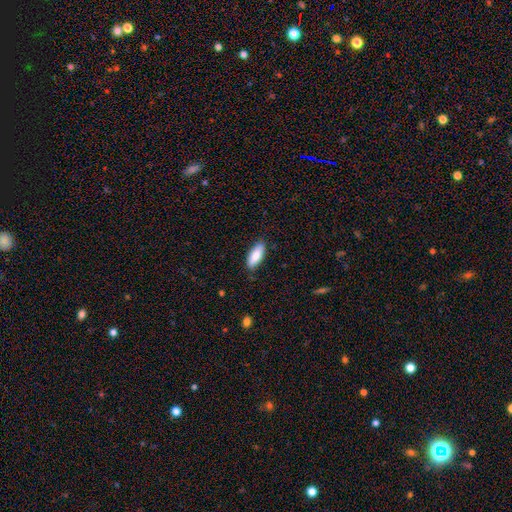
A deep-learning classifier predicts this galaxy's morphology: type=smooth (85%); roundness=in between (78%); merging=none (86%).